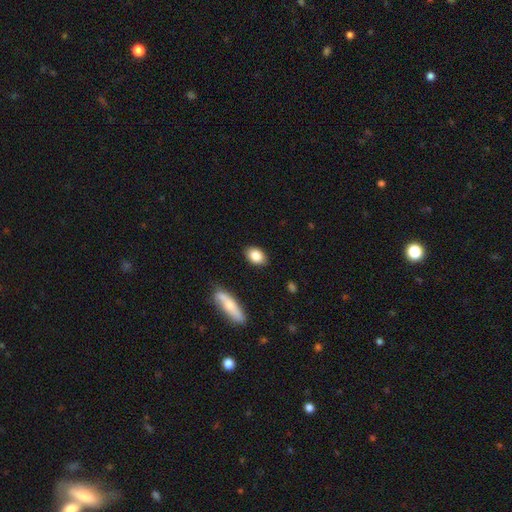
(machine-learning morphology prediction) Smooth or featured? Predicted: smooth (p=0.84). How rounded? Predicted: in between (p=0.82). Merging? Predicted: none (p=0.87).